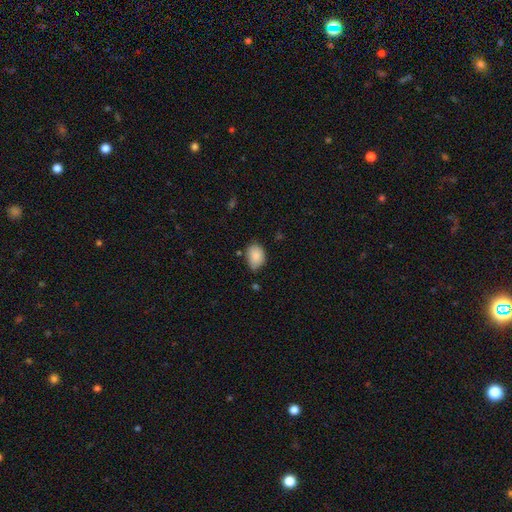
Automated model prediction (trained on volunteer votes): Overall: smooth (87%). How rounded: in between (78%). Merging: none (61%; minor disturbance 30%).